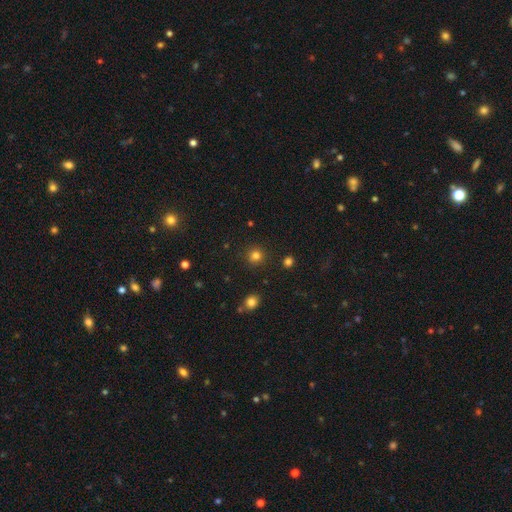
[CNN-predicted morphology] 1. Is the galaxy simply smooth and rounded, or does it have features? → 79% smooth, 15% star or artifact, 5% featured or disk.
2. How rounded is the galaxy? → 93% round, 6% in between, 1% cigar-shaped.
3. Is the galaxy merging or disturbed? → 89% none, 6% minor disturbance, 2% merger, 2% major disturbance.